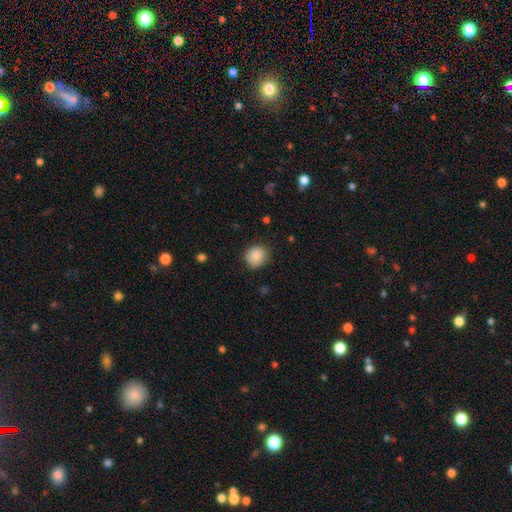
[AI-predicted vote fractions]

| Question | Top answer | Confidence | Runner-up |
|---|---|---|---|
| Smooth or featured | smooth | 84% | star or artifact (9%) |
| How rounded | round | 82% | in between (17%) |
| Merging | none | 82% | minor disturbance (14%) |